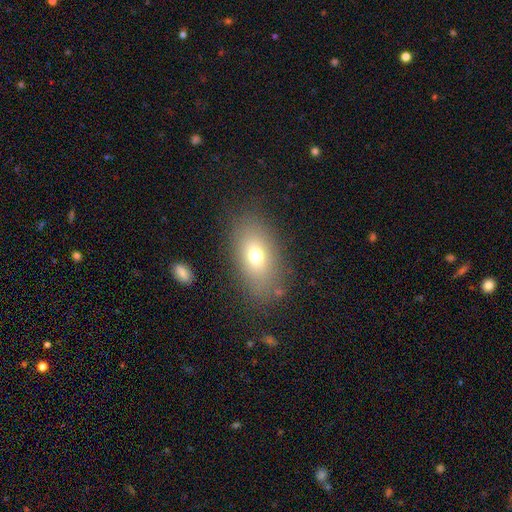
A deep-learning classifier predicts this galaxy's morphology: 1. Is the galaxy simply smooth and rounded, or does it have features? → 70% smooth, 18% featured or disk, 13% star or artifact.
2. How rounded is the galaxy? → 84% in between, 12% round, 3% cigar-shaped.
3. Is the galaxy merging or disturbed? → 81% none, 11% minor disturbance, 6% major disturbance, 2% merger.